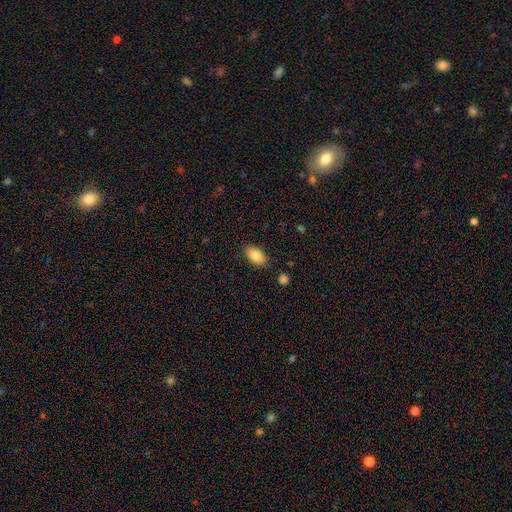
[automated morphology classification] smooth_or_featured: smooth (p=0.84) [alt: featured or disk p=0.08]
how_rounded: in between (p=0.93) [alt: round p=0.05]
merging: none (p=0.86) [alt: minor disturbance p=0.10]